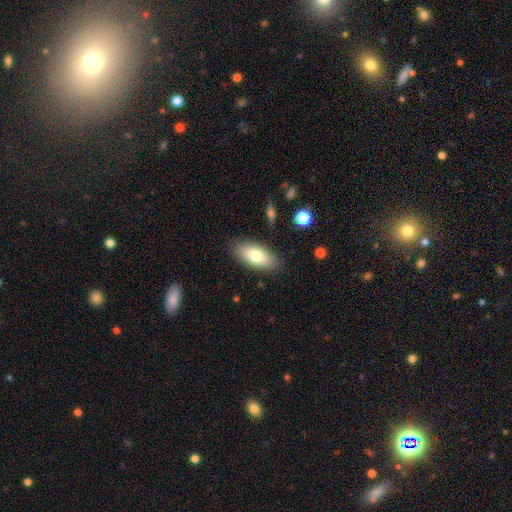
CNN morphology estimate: Smooth or featured?
  - smooth: 77% *
  - featured or disk: 16%
  - star or artifact: 7%
How rounded?
  - in between: 86% *
  - cigar-shaped: 11%
  - round: 2%
Merging?
  - none: 85% *
  - minor disturbance: 11%
  - major disturbance: 3%
  - merger: 2%